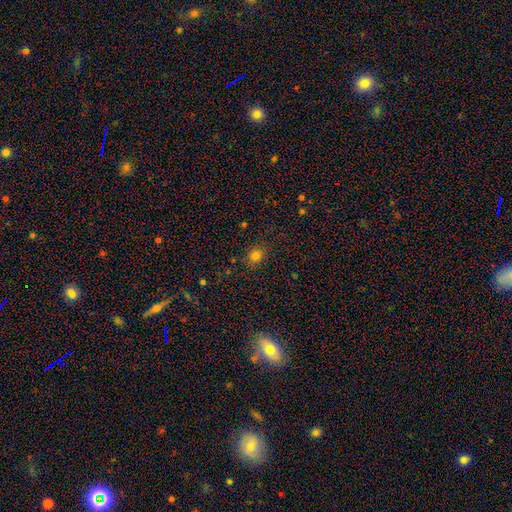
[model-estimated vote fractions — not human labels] Morphology: type=smooth (78%); roundness=round (75%); merging=none (85%).